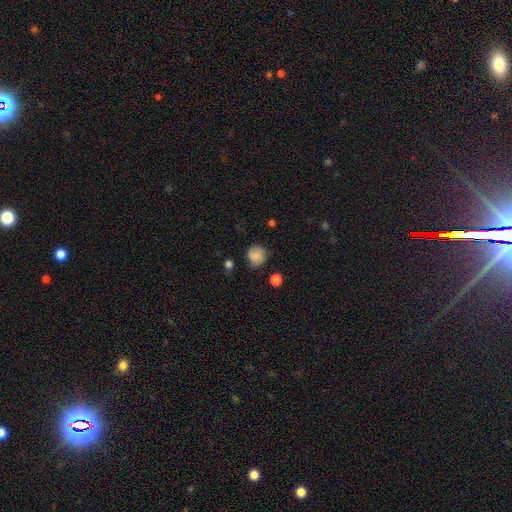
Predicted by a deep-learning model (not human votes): Overall: smooth (83%). How rounded: round (88%). Merging: none (74%).